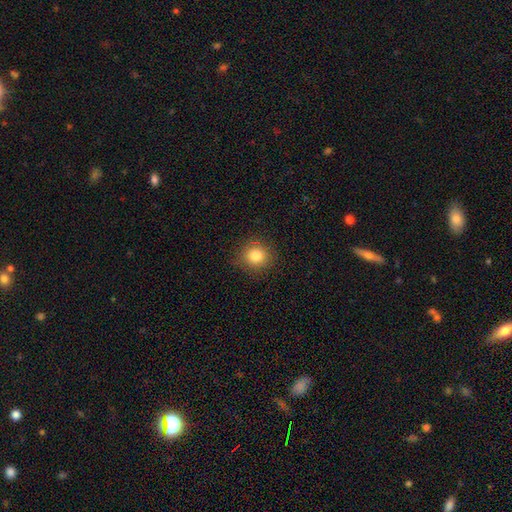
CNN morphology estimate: The model was most divided on "smooth or featured": smooth: 81%, star or artifact: 11%, featured or disk: 7%. More confident: how rounded — round (89%); merging — none (87%).